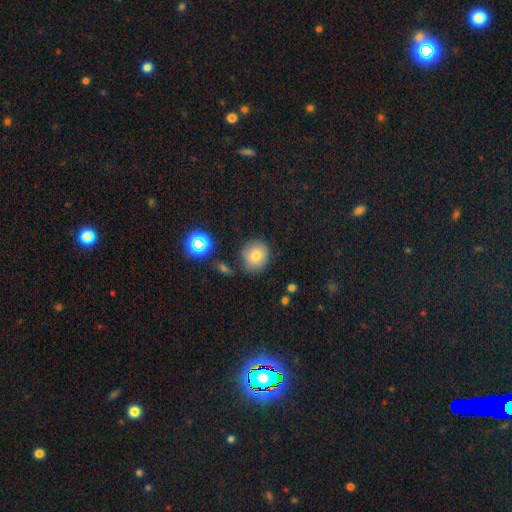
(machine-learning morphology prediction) Smooth or featured: smooth — 77% (star or artifact — 13%)
How rounded: round — 86% (in between — 13%)
Merging: none — 76% (minor disturbance — 14%)